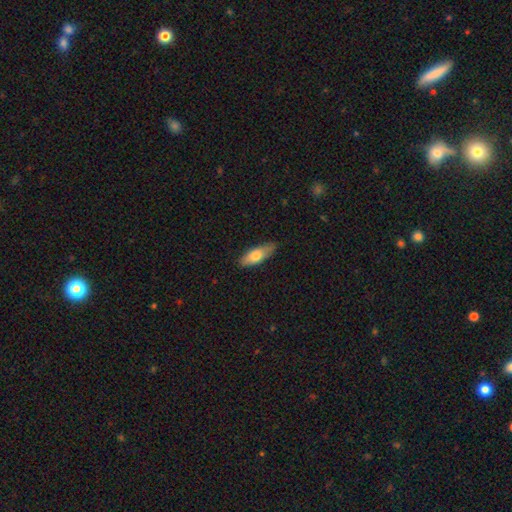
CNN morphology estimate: A smooth galaxy with no disk features (72%) that is in between round and cigar-shaped (64%). Merging: none (82%).